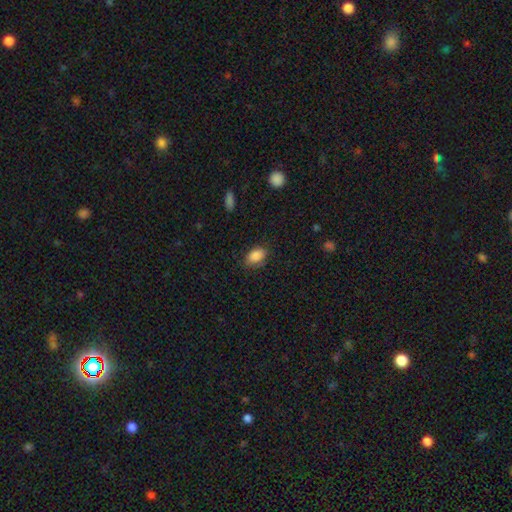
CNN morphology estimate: This is clearly a smooth galaxy (86%). How rounded: clearly in between (87%). Merging: likely none (78%).